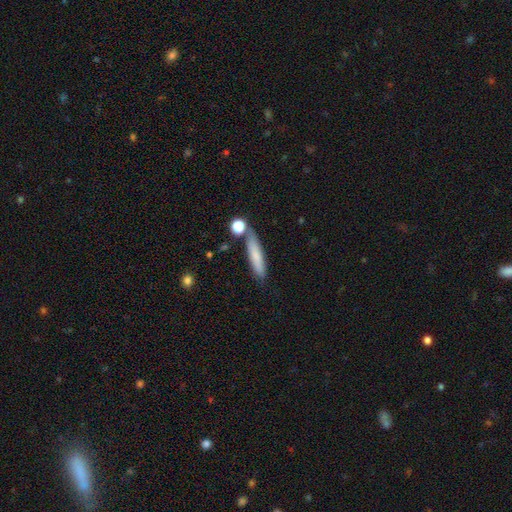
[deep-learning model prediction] Smooth or featured: smooth — 73% (featured or disk — 20%)
How rounded: cigar-shaped — 84% (in between — 14%)
Merging: none — 70% (minor disturbance — 16%)